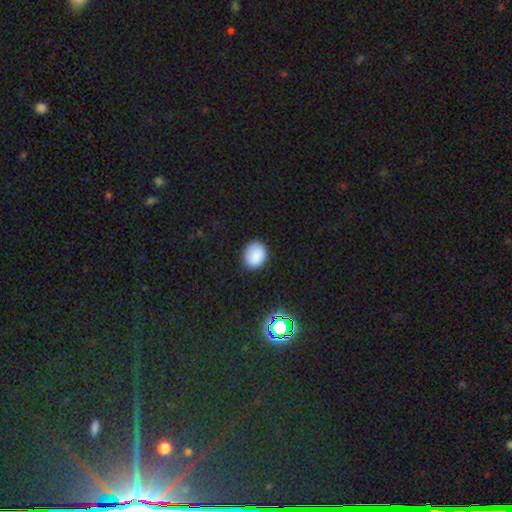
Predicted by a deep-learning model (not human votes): This is clearly a smooth galaxy (85%). How rounded: possibly round (60%). Merging: clearly none (85%).